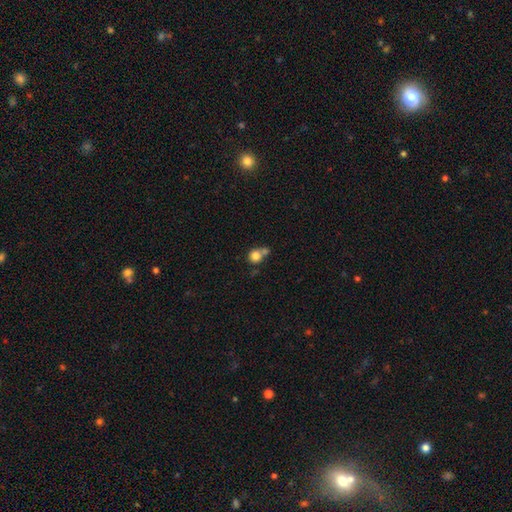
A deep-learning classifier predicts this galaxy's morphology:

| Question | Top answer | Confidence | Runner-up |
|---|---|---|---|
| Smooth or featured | smooth | 80% | star or artifact (10%) |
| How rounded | round | 85% | in between (13%) |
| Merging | merger | 43% | none (41%) |